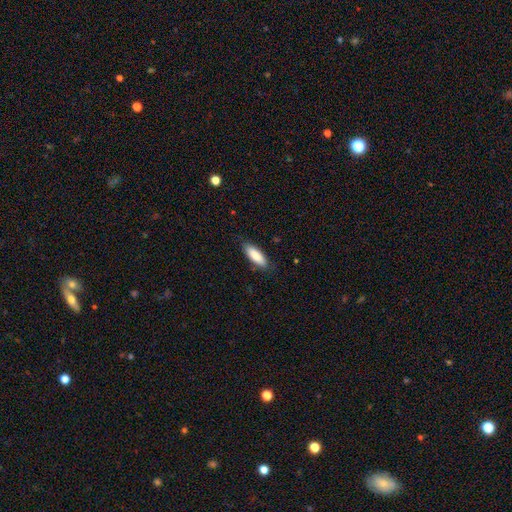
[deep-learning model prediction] Morphology: type=smooth (86%); roundness=in between (65%); merging=none (83%).